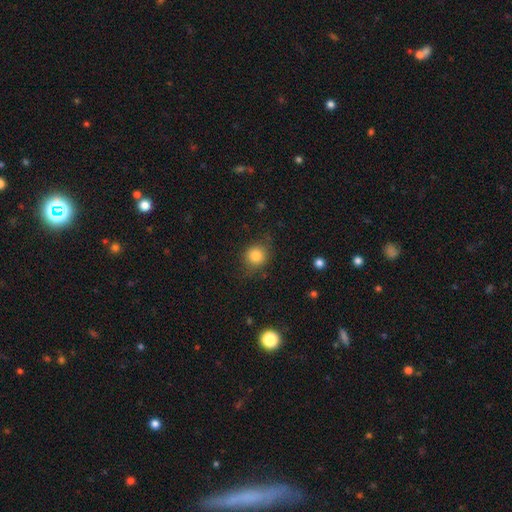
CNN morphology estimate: Smooth or featured?
  - smooth: 83% *
  - star or artifact: 11%
  - featured or disk: 7%
How rounded?
  - round: 82% *
  - in between: 17%
  - cigar-shaped: 1%
Merging?
  - none: 76% *
  - minor disturbance: 17%
  - major disturbance: 5%
  - merger: 1%